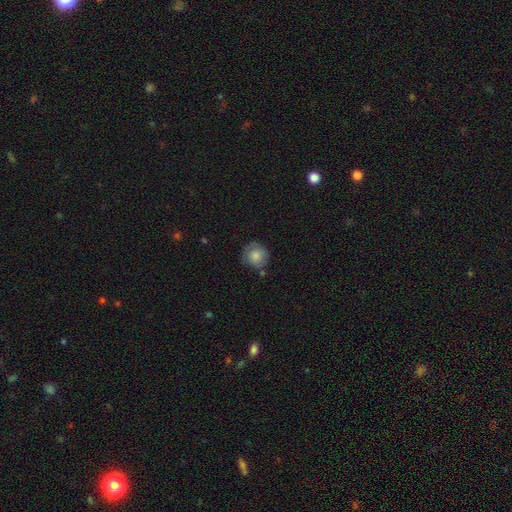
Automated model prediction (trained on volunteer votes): This appears to be a smooth galaxy with no disk features (83%) that is round (90%). Merging: none (73%).